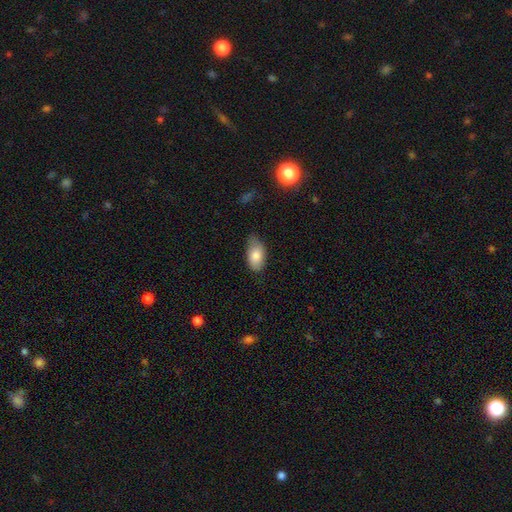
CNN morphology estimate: smooth_or_featured: smooth (p=0.82) [alt: featured or disk p=0.11]
how_rounded: in between (p=0.93) [alt: round p=0.05]
merging: none (p=0.66) [alt: minor disturbance p=0.28]